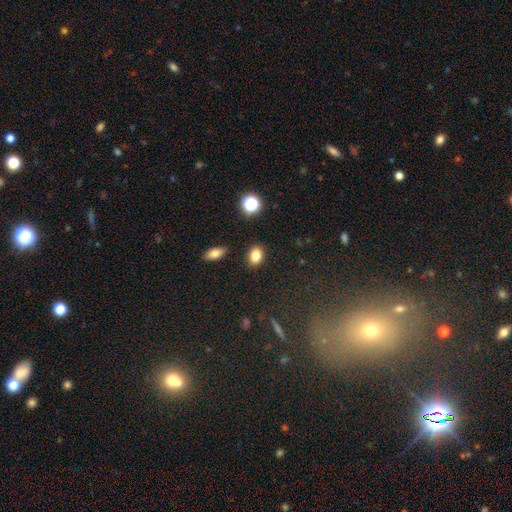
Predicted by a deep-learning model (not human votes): A smooth galaxy with no disk features (83%) that is in between round and cigar-shaped (66%).

Vote fractions:
- Smooth or featured? smooth: 83% / star or artifact: 11% / featured or disk: 6%
- How rounded? in between: 66% / round: 33% / cigar-shaped: 1%
- Merging? none: 87% / minor disturbance: 8% / merger: 2% / major disturbance: 2%